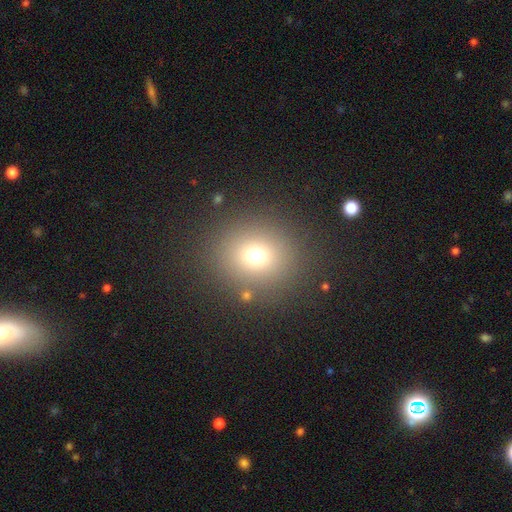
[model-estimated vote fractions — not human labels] Smooth or featured?
  - smooth: 71% *
  - star or artifact: 19%
  - featured or disk: 10%
How rounded?
  - round: 83% *
  - in between: 16%
  - cigar-shaped: 1%
Merging?
  - none: 86% *
  - minor disturbance: 7%
  - major disturbance: 4%
  - merger: 3%